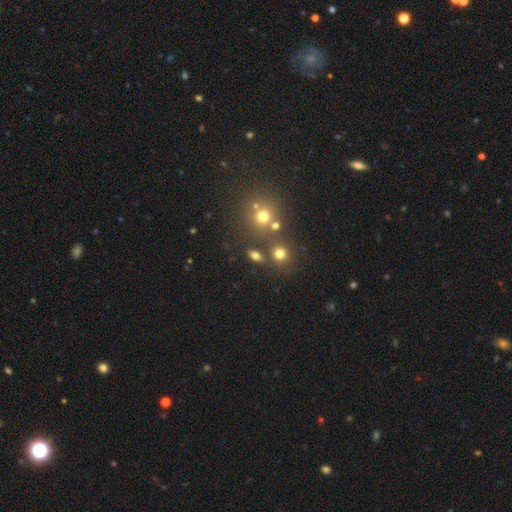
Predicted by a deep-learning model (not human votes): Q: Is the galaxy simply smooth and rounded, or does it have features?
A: smooth — 71%.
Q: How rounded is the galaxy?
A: in between — 65%.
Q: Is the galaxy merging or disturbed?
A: none — 74%.